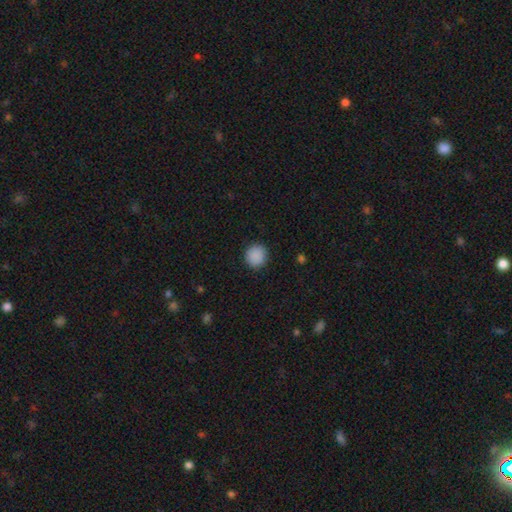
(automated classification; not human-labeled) Q: Smooth or featured?
A: smooth (89%); runner-up: star or artifact (8%)
Q: How rounded?
A: round (91%); runner-up: in between (8%)
Q: Merging?
A: none (91%); runner-up: minor disturbance (6%)